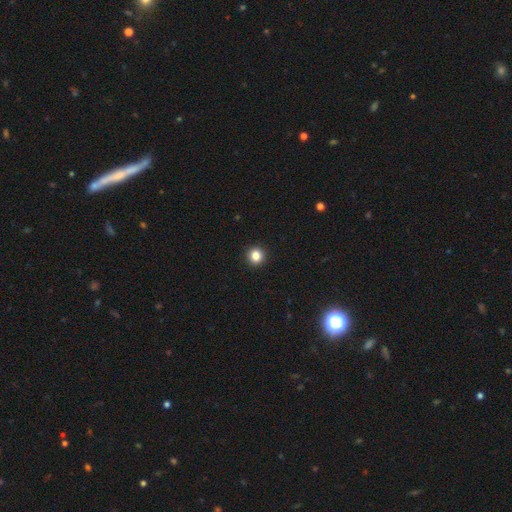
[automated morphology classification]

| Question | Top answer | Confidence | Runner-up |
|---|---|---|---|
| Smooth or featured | smooth | 84% | star or artifact (11%) |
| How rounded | round | 92% | in between (7%) |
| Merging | none | 93% | minor disturbance (4%) |